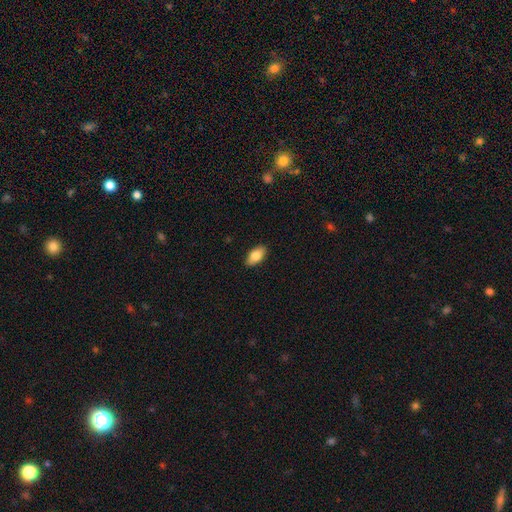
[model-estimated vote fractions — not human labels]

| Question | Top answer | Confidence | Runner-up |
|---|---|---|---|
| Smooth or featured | smooth | 81% | featured or disk (12%) |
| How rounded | in between | 92% | cigar-shaped (5%) |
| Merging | none | 89% | minor disturbance (8%) |